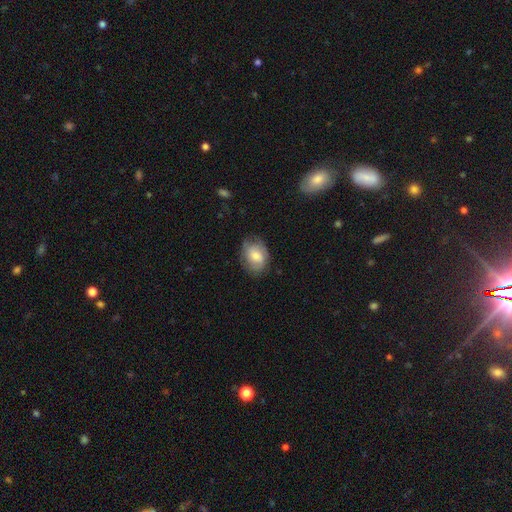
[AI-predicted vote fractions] A smooth galaxy with no disk features (68%) that is in between round and cigar-shaped (67%).

Vote fractions:
- Smooth or featured? smooth: 68% / featured or disk: 25% / star or artifact: 7%
- How rounded? in between: 67% / round: 32% / cigar-shaped: 1%
- Merging? none: 70% / minor disturbance: 23% / major disturbance: 6% / merger: 1%